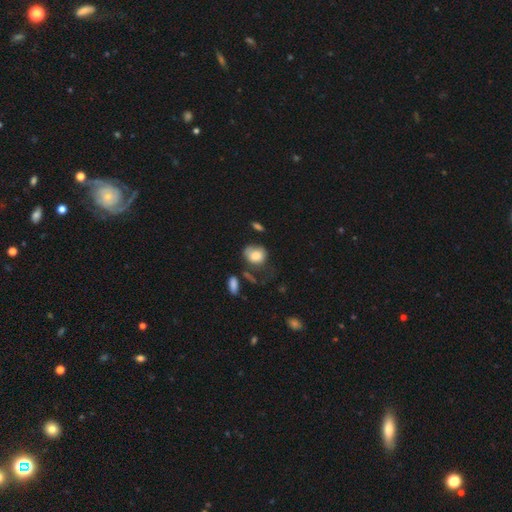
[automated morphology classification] A smooth galaxy with no disk features (77%) that is in between round and cigar-shaped (52%).

Vote fractions:
- Smooth or featured? smooth: 77% / featured or disk: 15% / star or artifact: 8%
- How rounded? in between: 52% / round: 47% / cigar-shaped: 1%
- Merging? none: 36% / minor disturbance: 32% / major disturbance: 24% / merger: 9%